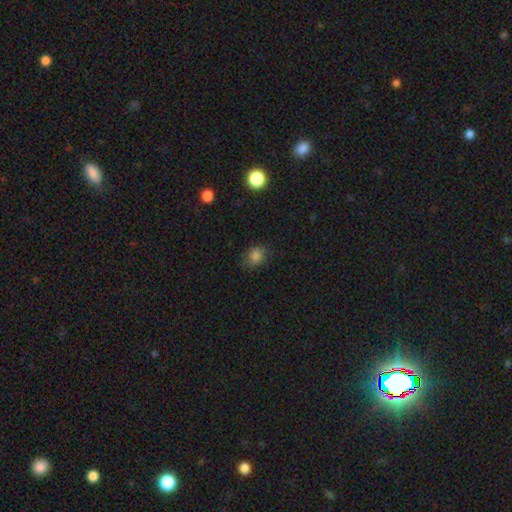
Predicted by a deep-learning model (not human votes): Smooth or featured? Predicted: smooth (p=0.82). How rounded? Predicted: round (p=0.54). Merging? Predicted: none (p=0.72).